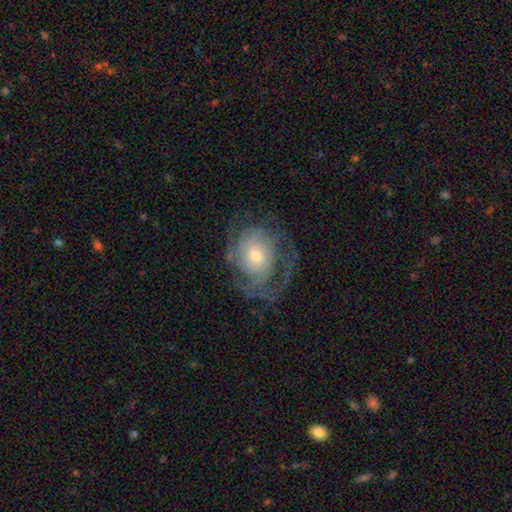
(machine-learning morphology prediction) Overall: featured or disk (78%). Edge-on disk: no (97%). Bar: no (75%). Spiral arms: yes (90%). Spiral arm count: can't tell (35%; 2 27%). Spiral winding: tight (52%; medium 34%). Bulge size: small (46%; moderate 45%). Merging: none (63%).